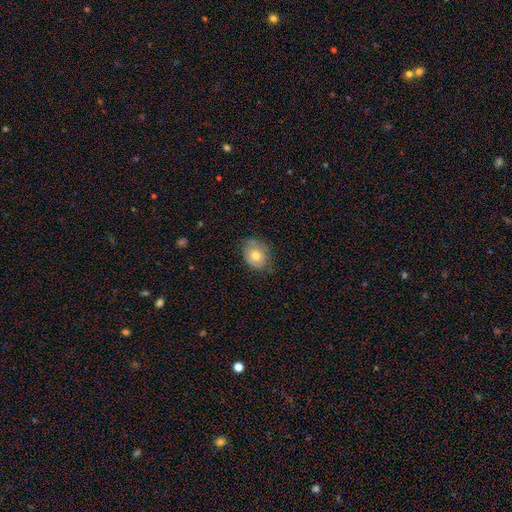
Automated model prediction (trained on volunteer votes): smooth 68%, featured or disk 25%, star or artifact 8%. Down the decision tree: how rounded — round (55%); merging — none (66%).